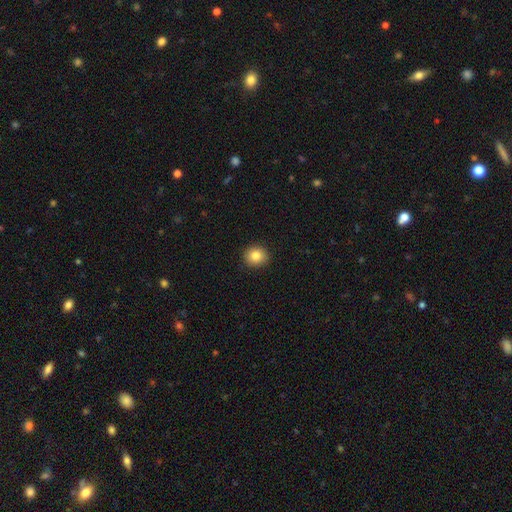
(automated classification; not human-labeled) The model was most divided on "how rounded": round: 86%, in between: 13%, cigar-shaped: 1%. More confident: merging — none (91%); smooth or featured — smooth (84%).